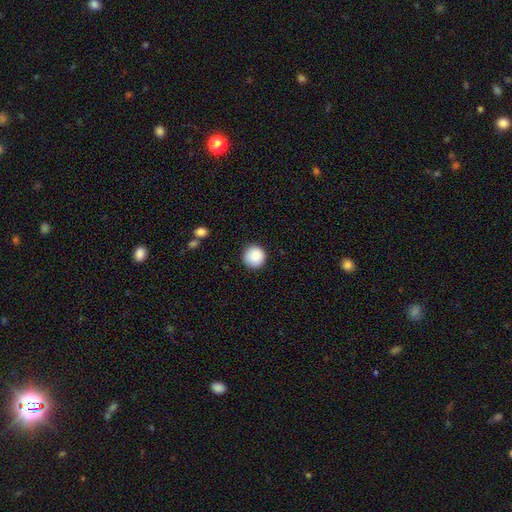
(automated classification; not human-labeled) Morphology: type=smooth (87%); roundness=round (96%); merging=none (91%).